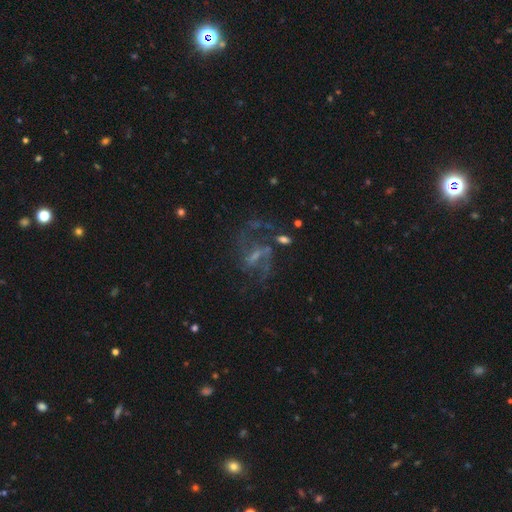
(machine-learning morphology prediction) Smooth or featured?
  - featured or disk: 77% *
  - star or artifact: 12%
  - smooth: 11%
Edge-on disk?
  - no: 96% *
  - yes: 4%
Bar?
  - weak: 50% *
  - strong: 27%
  - no: 23%
Spiral arms?
  - yes: 85% *
  - no: 15%
Spiral winding?
  - loose: 47% *
  - medium: 42%
  - tight: 11%
Spiral arm count?
  - 2: 68% *
  - can't tell: 14%
  - 3: 7%
  - 1: 5%
  - 4: 3%
  - more than 4: 3%
Bulge size?
  - small: 47% *
  - moderate: 25%
  - none: 24%
  - large: 3%
  - dominant: 1%
Merging?
  - none: 47% *
  - major disturbance: 29%
  - minor disturbance: 16%
  - merger: 8%